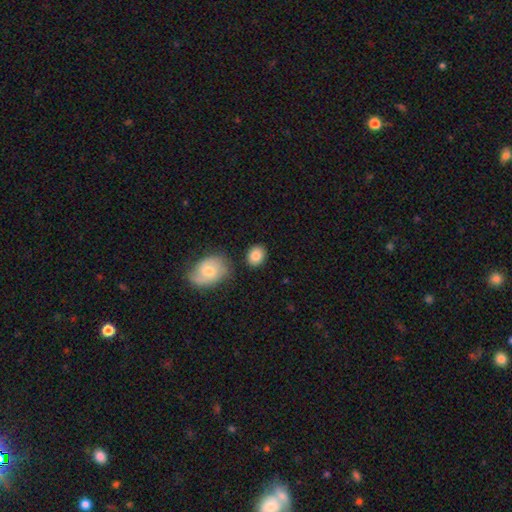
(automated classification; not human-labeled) This appears to be a smooth galaxy with no disk features (84%) that is in between round and cigar-shaped (54%). Merging: none (80%).